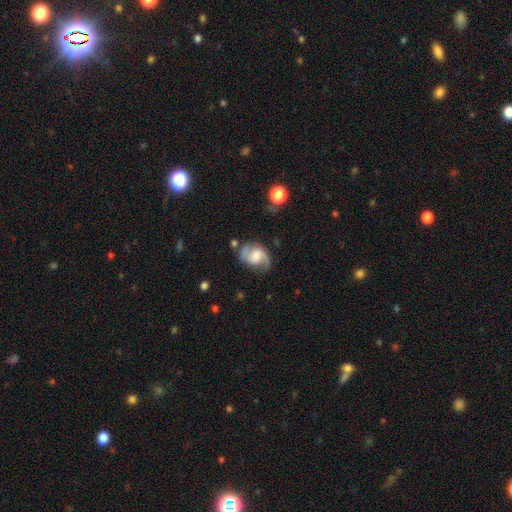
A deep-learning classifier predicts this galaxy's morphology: This is clearly a featured or disk galaxy (81%). It is clearly not viewed edge-on (98%). Bar: possibly weak (48%). Spiral arm pattern: clearly yes (95%). Spiral arm count: clearly 2 (89%). Spiral winding: possibly medium (50%). Central bulge: marginally moderate (35%). Merging: likely none (69%).